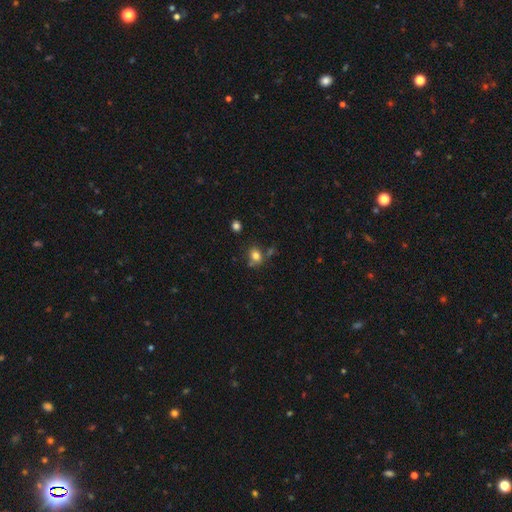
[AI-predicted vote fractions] A smooth galaxy with no disk features (79%) that is round (58%). Merging: none (64%).